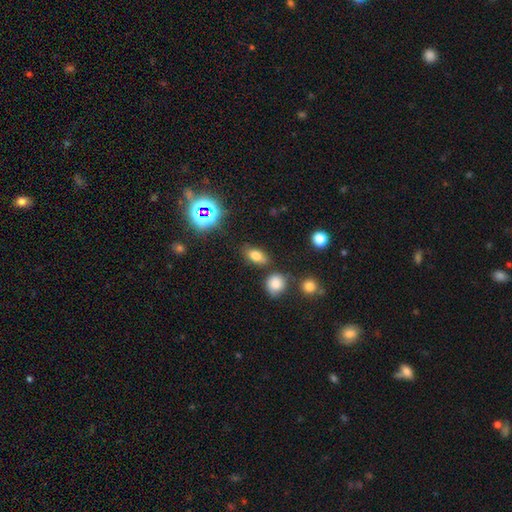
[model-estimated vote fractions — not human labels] Smooth or featured?
  - smooth: 73% *
  - star or artifact: 17%
  - featured or disk: 10%
How rounded?
  - in between: 83% *
  - round: 12%
  - cigar-shaped: 5%
Merging?
  - none: 79% *
  - minor disturbance: 12%
  - merger: 6%
  - major disturbance: 3%